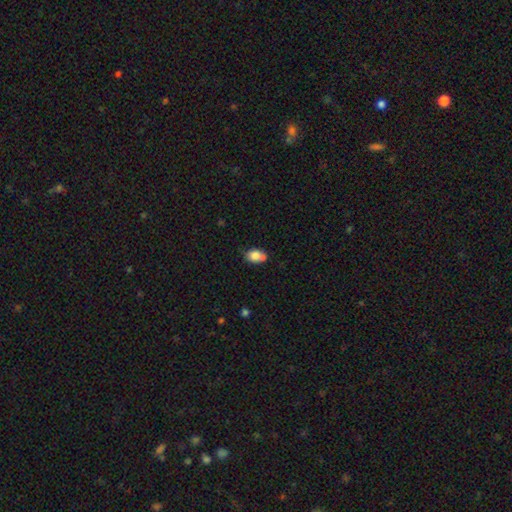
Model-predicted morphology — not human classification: smooth_or_featured: smooth (p=0.80) [alt: featured or disk p=0.11]
how_rounded: in between (p=0.76) [alt: round p=0.22]
merging: none (p=0.50) [alt: minor disturbance p=0.27]